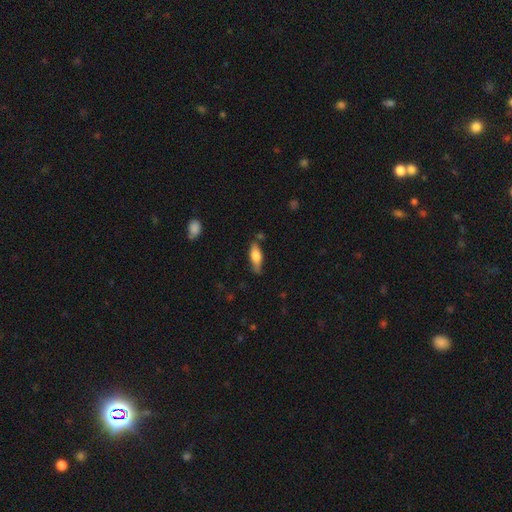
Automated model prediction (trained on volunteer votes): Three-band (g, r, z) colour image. It shows a smooth galaxy with no disk features (68%) that is in between round and cigar-shaped (62%). Merging: none (71%).